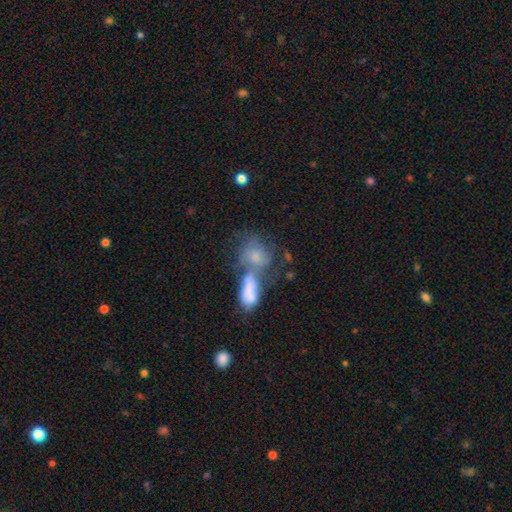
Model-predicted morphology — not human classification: The model was most divided on "how rounded": in between: 58%, round: 37%, cigar-shaped: 4%. More confident: merging — merger (60%); smooth or featured — smooth (60%).